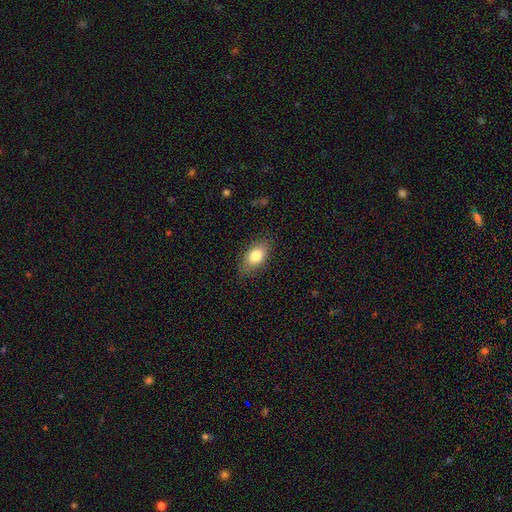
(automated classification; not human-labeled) The model was most divided on "merging": none: 82%, minor disturbance: 14%, major disturbance: 3%, merger: 1%. More confident: how rounded — in between (89%); smooth or featured — smooth (81%).